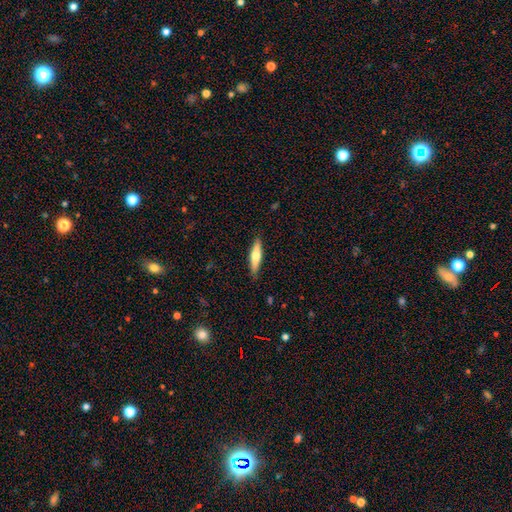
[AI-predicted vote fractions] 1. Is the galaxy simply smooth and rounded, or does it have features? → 59% smooth, 36% featured or disk, 5% star or artifact.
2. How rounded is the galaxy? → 78% cigar-shaped, 21% in between, 2% round.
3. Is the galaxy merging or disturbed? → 87% none, 10% minor disturbance, 2% major disturbance, 1% merger.